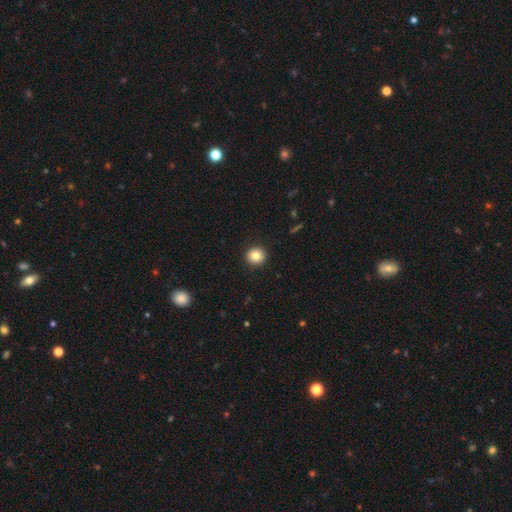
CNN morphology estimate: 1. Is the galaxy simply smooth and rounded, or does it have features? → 83% smooth, 10% star or artifact, 7% featured or disk.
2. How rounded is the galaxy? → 93% round, 6% in between, 1% cigar-shaped.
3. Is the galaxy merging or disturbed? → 92% none, 5% minor disturbance, 2% major disturbance, 1% merger.